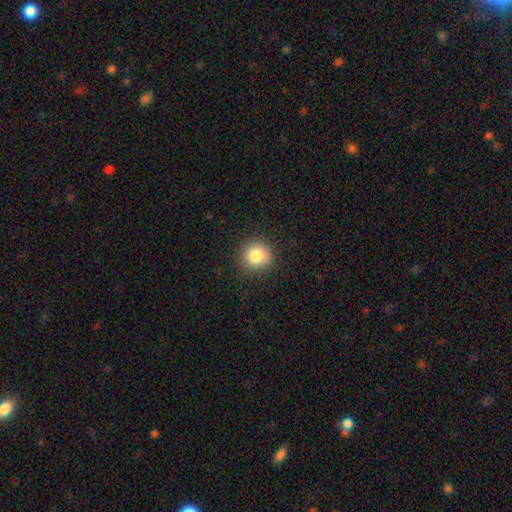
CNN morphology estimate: smooth_or_featured: smooth (p=0.82) [alt: star or artifact p=0.11]
how_rounded: round (p=0.91) [alt: in between p=0.08]
merging: none (p=0.86) [alt: minor disturbance p=0.10]